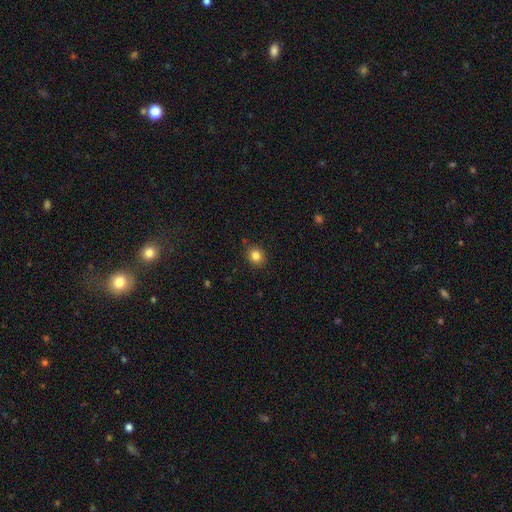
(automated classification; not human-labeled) A smooth galaxy with no disk features (84%) that is round (73%).

Vote fractions:
- Smooth or featured? smooth: 84% / star or artifact: 11% / featured or disk: 5%
- How rounded? round: 73% / in between: 26% / cigar-shaped: 1%
- Merging? none: 87% / minor disturbance: 9% / major disturbance: 2% / merger: 2%